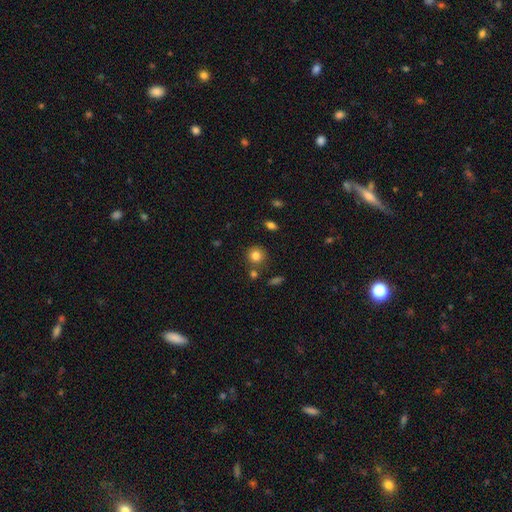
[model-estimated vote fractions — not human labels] Morphology: type=smooth (81%); roundness=round (89%); merging=none (78%).